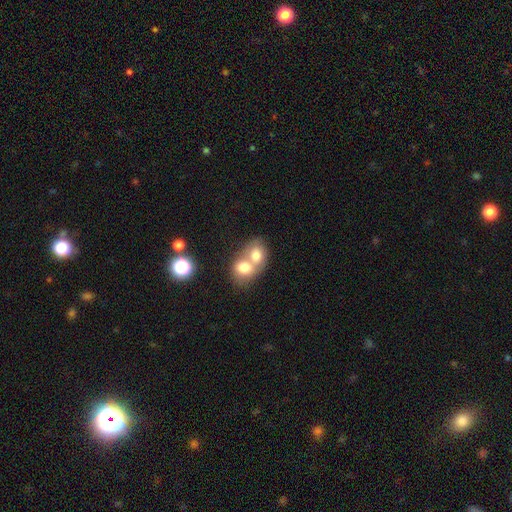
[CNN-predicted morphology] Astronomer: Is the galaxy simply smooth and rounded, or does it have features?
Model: smooth — 73%.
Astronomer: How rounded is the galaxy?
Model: round — 51% (runner-up: in between, 48%).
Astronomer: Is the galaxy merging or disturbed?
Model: merger — 73%.